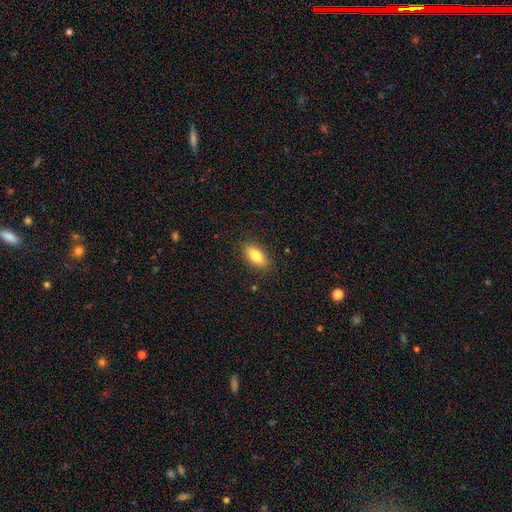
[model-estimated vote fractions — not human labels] The model was most divided on "smooth or featured": smooth: 82%, featured or disk: 11%, star or artifact: 7%. More confident: merging — none (87%); how rounded — in between (84%).